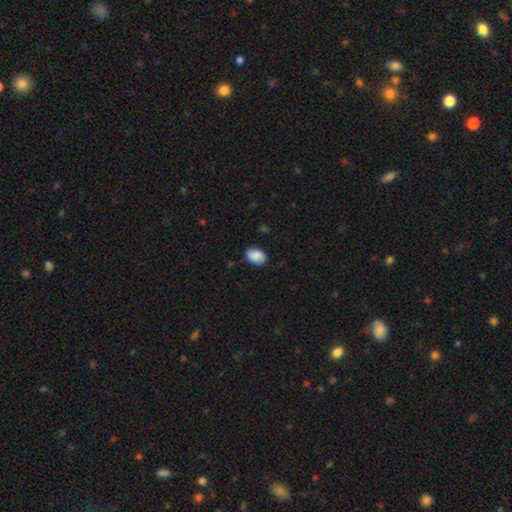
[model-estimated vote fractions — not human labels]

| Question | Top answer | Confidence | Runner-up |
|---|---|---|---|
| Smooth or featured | smooth | 85% | featured or disk (8%) |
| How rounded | in between | 84% | round (15%) |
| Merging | none | 84% | minor disturbance (12%) |